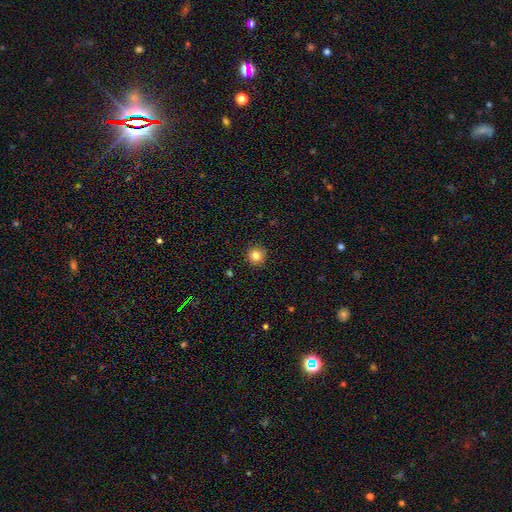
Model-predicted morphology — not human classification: Smooth or featured?
  - smooth: 82% *
  - star or artifact: 12%
  - featured or disk: 6%
How rounded?
  - round: 94% *
  - in between: 5%
  - cigar-shaped: 1%
Merging?
  - none: 92% *
  - minor disturbance: 5%
  - major disturbance: 2%
  - merger: 1%